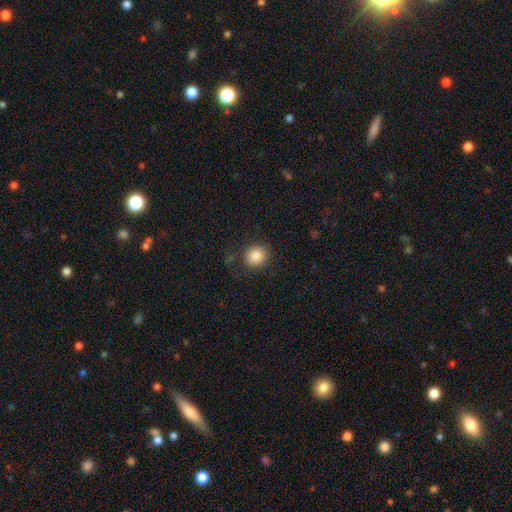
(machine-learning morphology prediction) The model was most divided on "how rounded": round: 77%, in between: 22%, cigar-shaped: 1%. More confident: smooth or featured — smooth (86%); merging — none (84%).